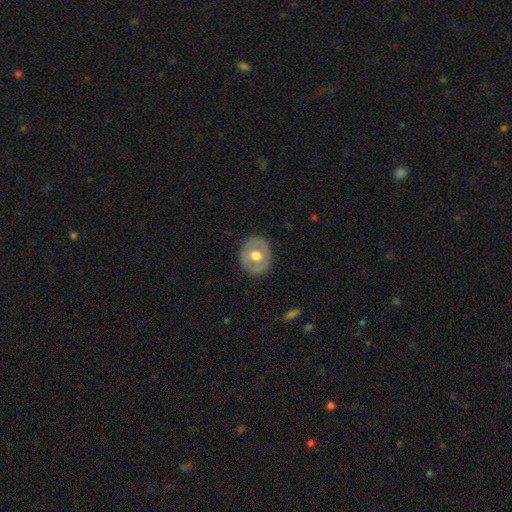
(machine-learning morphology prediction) This is possibly a smooth galaxy (49%). Merging: clearly none (85%).